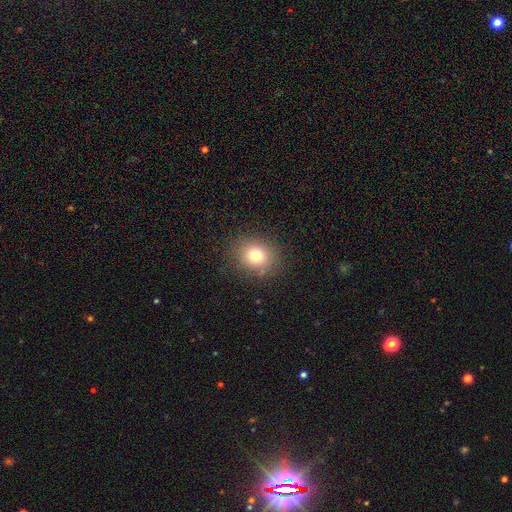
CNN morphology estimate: Overall: smooth (76%). How rounded: round (70%; in between 30%). Merging: none (84%).